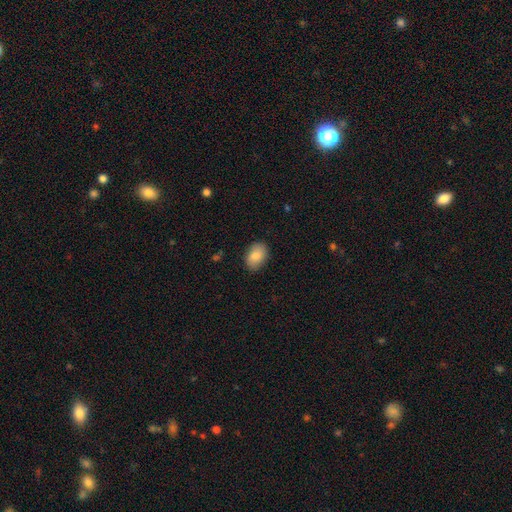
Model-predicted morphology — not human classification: The model was most divided on "how rounded": in between: 84%, round: 15%, cigar-shaped: 1%. More confident: merging — none (85%); smooth or featured — smooth (84%).